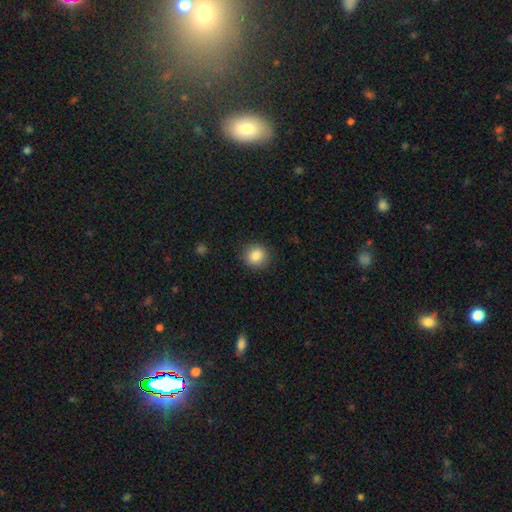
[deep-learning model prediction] The model was most divided on "smooth or featured": smooth: 86%, star or artifact: 9%, featured or disk: 4%. More confident: how rounded — round (89%); merging — none (89%).